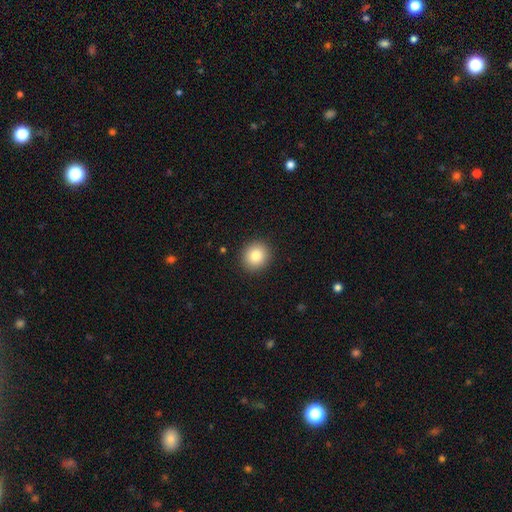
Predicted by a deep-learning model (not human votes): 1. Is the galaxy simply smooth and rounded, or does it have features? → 84% smooth, 9% star or artifact, 7% featured or disk.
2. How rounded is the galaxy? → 86% round, 13% in between, 1% cigar-shaped.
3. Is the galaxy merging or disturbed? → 92% none, 5% minor disturbance, 2% major disturbance, 1% merger.